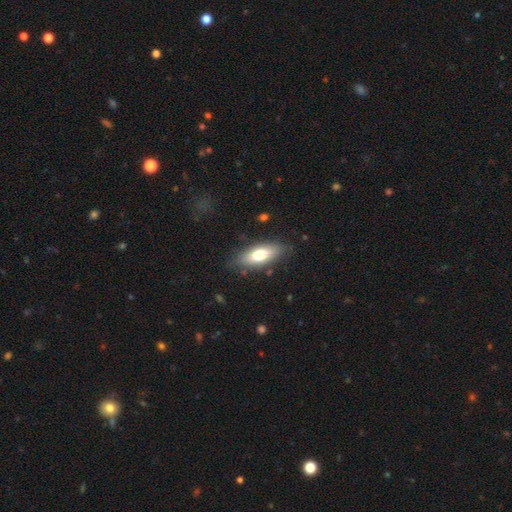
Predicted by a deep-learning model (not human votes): This appears to be a smooth galaxy with no disk features (69%) that is in between round and cigar-shaped (74%). Merging: none (82%).